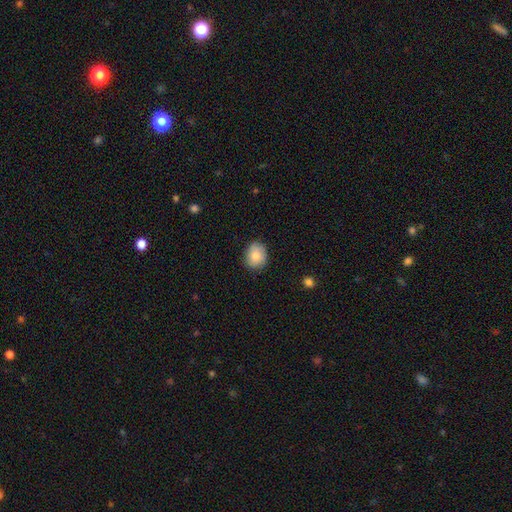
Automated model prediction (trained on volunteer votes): This appears to be a smooth galaxy with no disk features (81%) that is round (64%). Merging: none (82%).